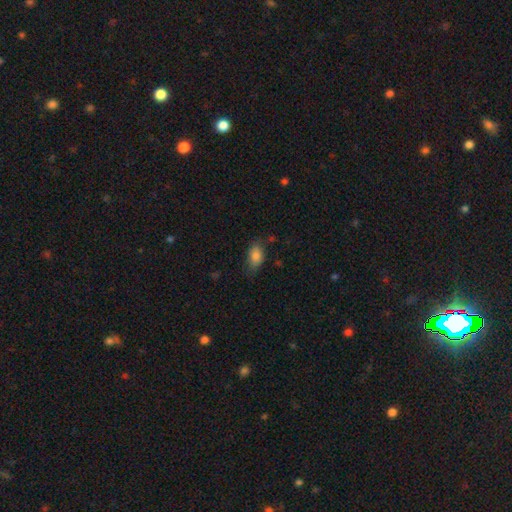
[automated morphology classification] smooth-or-featured: smooth: 82% | featured or disk: 9% | star or artifact: 8%
  how-rounded: in between: 88% | round: 10% | cigar-shaped: 3%
  merging: none: 69% | minor disturbance: 23% | major disturbance: 6% | merger: 2%